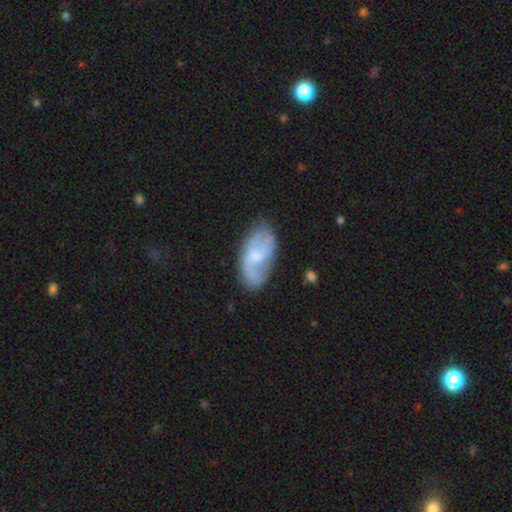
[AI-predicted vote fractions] A featured or disk galaxy (69%) with a weak bar (48%), 2 (69%) loose (45%) spiral arms (88%) and a small central bulge (48%). Merging: none (65%).